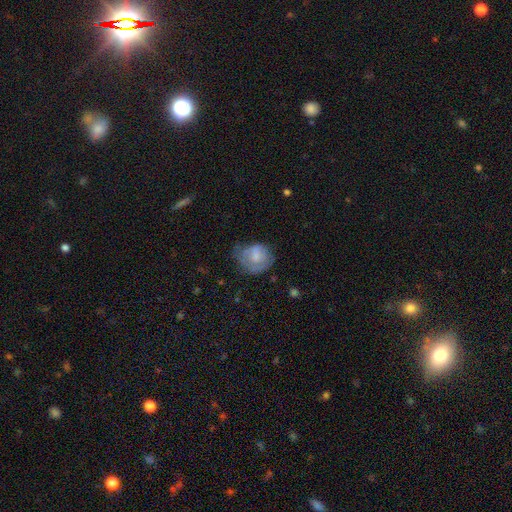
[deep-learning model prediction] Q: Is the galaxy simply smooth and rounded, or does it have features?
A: smooth — 59%.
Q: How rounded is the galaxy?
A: round — 66%.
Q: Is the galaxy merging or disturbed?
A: none — 44%.